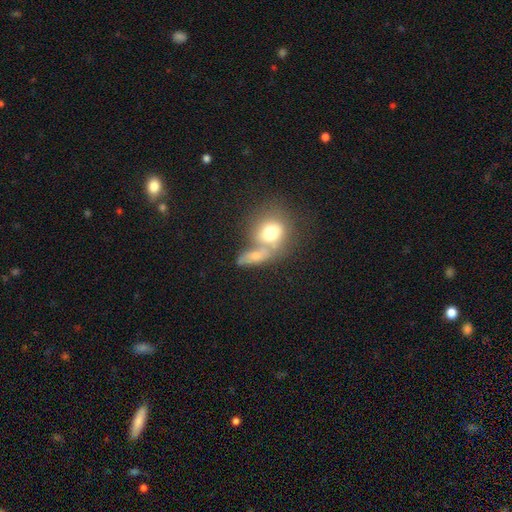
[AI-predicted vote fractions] The model was most divided on "how rounded": in between: 53%, round: 37%, cigar-shaped: 9%. More confident: smooth or featured — smooth (66%); merging — merger (52%).